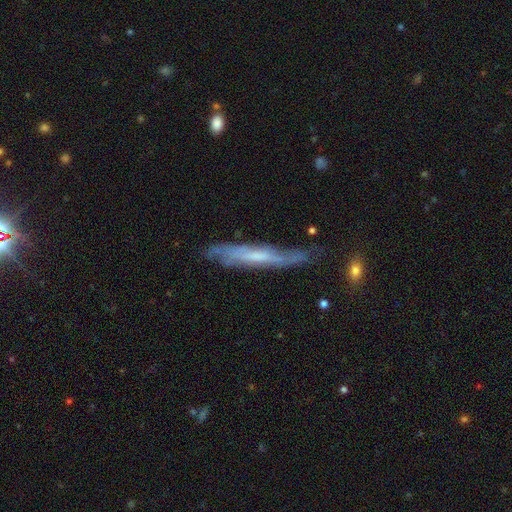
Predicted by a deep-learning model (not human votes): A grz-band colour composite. It shows a featured or disk galaxy (62%) viewed edge-on (69%). Merging: none (63%).